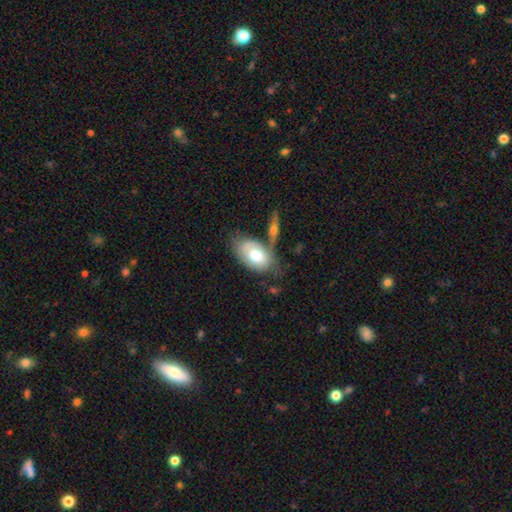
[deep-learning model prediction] Overall: smooth (64%; featured or disk 30%). How rounded: in between (92%). Merging: none (45%; minor disturbance 23%).